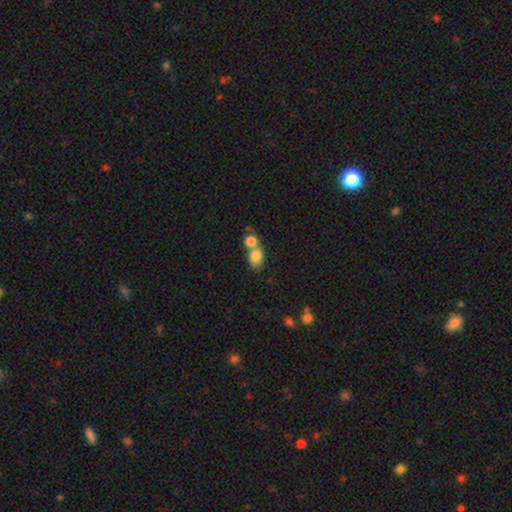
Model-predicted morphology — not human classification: Smooth or featured? smooth (81%)
How rounded? in between (65%)
Merging? merger (56%)